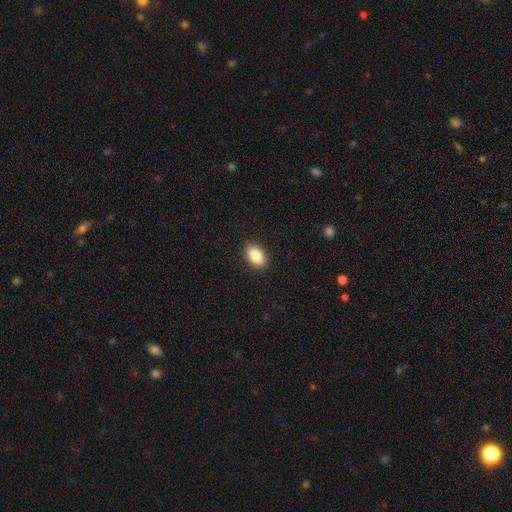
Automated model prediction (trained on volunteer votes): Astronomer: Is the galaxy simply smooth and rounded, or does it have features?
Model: smooth — 86%.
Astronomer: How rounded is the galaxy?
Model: in between — 89%.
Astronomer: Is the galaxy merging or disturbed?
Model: none — 88%.